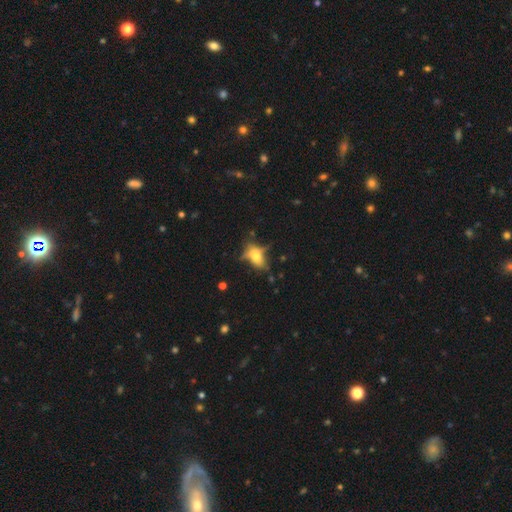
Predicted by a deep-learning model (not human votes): The model was most divided on "merging": none: 43%, minor disturbance: 26%, major disturbance: 25%, merger: 6%. More confident: how rounded — in between (82%); smooth or featured — smooth (53%).